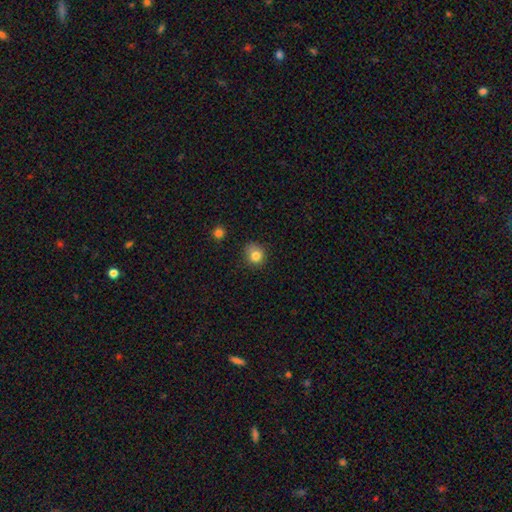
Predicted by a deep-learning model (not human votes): Smooth or featured? smooth (81%)
How rounded? round (79%)
Merging? none (71%)